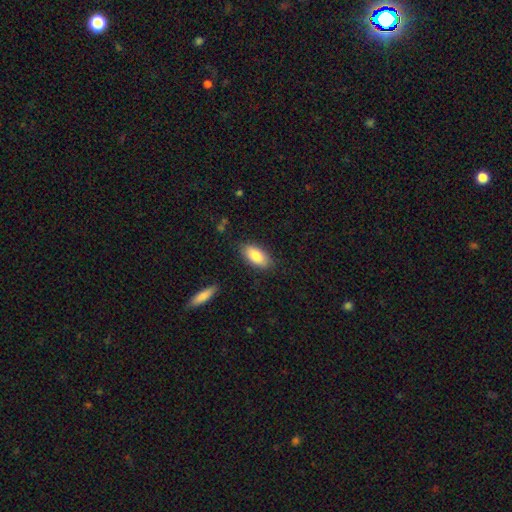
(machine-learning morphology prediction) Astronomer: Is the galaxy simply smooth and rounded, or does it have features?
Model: smooth — 85%.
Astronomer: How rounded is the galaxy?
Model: in between — 89%.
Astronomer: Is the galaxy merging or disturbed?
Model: none — 84%.